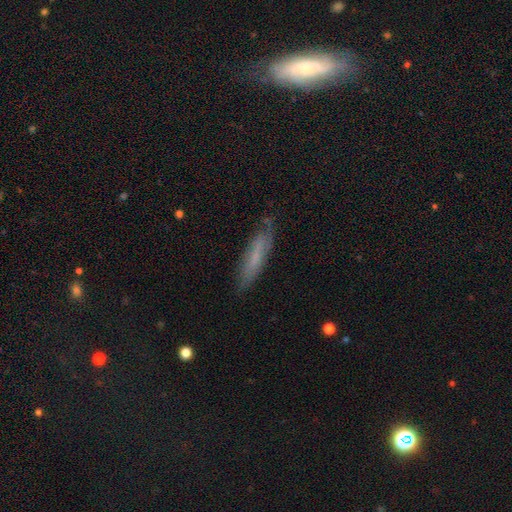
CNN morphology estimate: Smooth or featured? Predicted: smooth (p=0.52). How rounded? Predicted: cigar-shaped (p=0.77). Merging? Predicted: none (p=0.71).